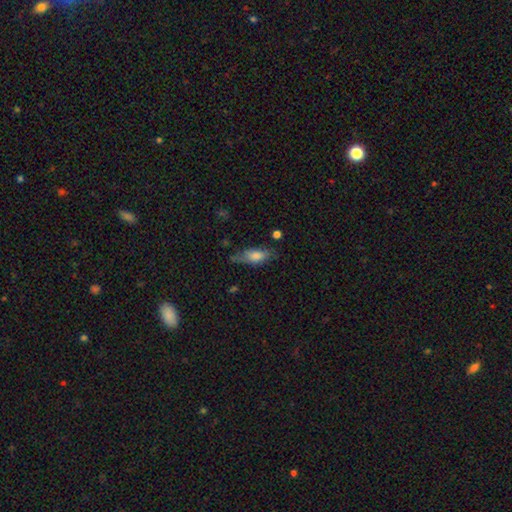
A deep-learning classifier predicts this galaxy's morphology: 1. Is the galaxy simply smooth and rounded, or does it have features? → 68% smooth, 24% featured or disk, 8% star or artifact.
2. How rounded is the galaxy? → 71% in between, 26% cigar-shaped, 3% round.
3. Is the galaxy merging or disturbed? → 57% none, 29% minor disturbance, 10% major disturbance, 4% merger.